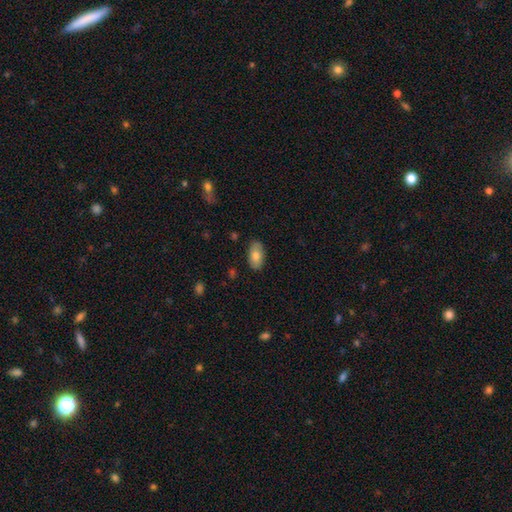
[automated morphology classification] Q: Smooth or featured?
A: smooth (78%); runner-up: featured or disk (16%)
Q: How rounded?
A: in between (93%); runner-up: round (4%)
Q: Merging?
A: none (86%); runner-up: minor disturbance (11%)